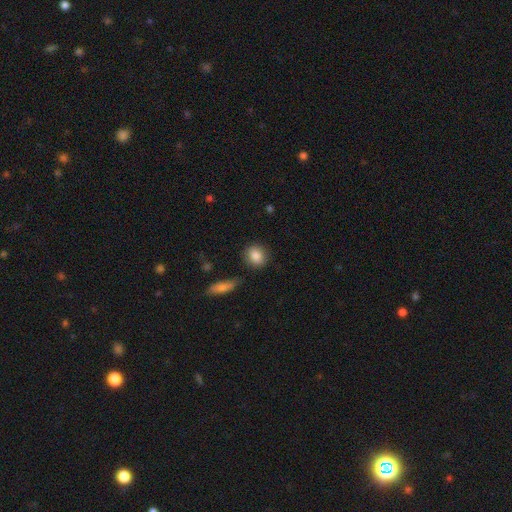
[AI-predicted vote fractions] This appears to be a smooth galaxy with no disk features (86%) that is round (66%). Merging: none (84%).